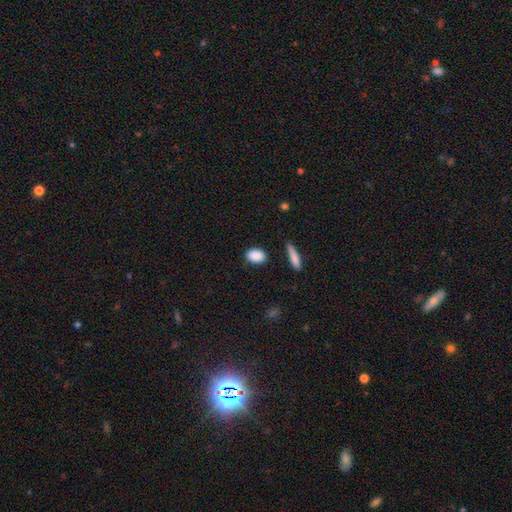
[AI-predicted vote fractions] smooth-or-featured: smooth: 89% | star or artifact: 7% | featured or disk: 4%
  how-rounded: in between: 81% | round: 16% | cigar-shaped: 3%
  merging: none: 84% | minor disturbance: 11% | major disturbance: 3% | merger: 2%